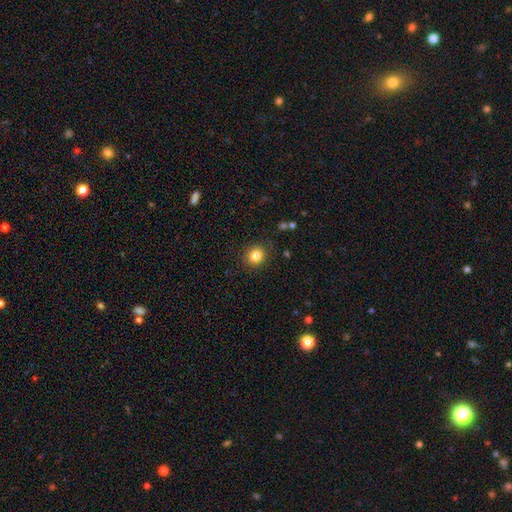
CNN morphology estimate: type=smooth (83%); roundness=round (84%); merging=none (89%).